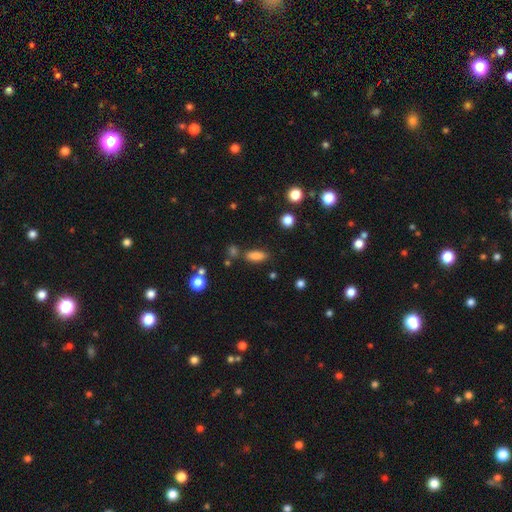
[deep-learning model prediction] This is clearly a smooth galaxy (83%). How rounded: likely in between (74%). Merging: likely none (76%).